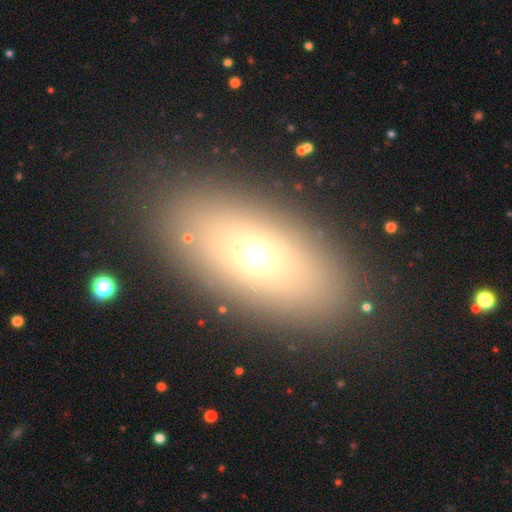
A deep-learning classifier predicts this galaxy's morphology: This is likely a smooth galaxy (62%). How rounded: likely in between (78%). Merging: clearly none (85%).